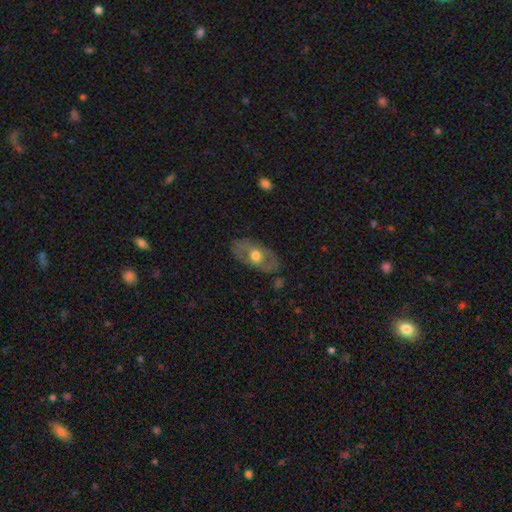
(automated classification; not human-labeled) Morphology: type=featured or disk (52%); edge-on=no (83%); merging=none (81%).